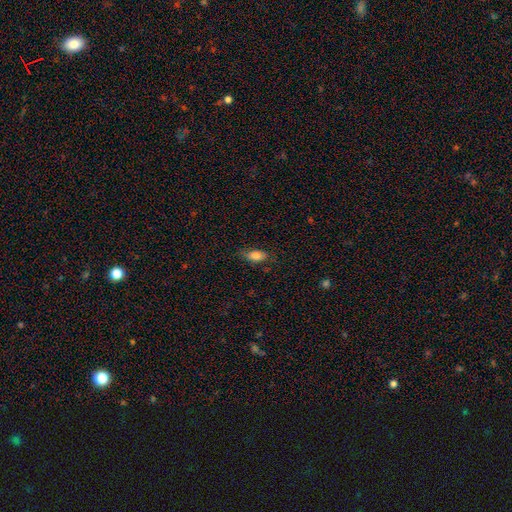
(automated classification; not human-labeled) Smooth or featured? smooth (83%)
How rounded? in between (85%)
Merging? none (72%)